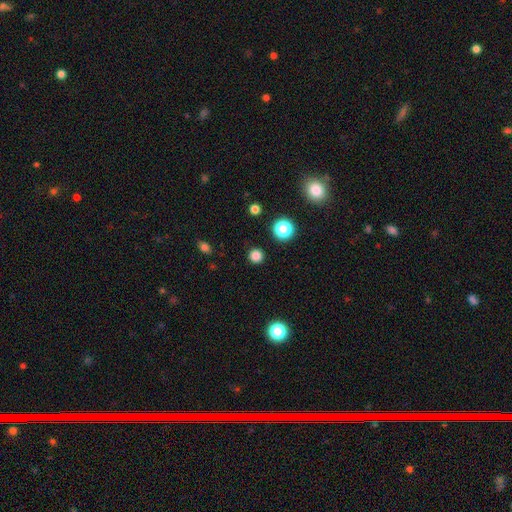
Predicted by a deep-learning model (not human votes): Morphology: type=smooth (82%); roundness=round (95%); merging=none (92%).